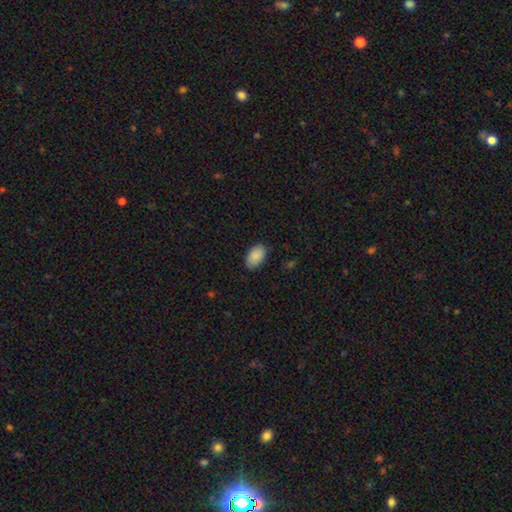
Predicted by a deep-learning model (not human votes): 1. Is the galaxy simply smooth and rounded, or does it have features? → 90% smooth, 6% star or artifact, 4% featured or disk.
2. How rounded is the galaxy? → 93% in between, 5% round, 1% cigar-shaped.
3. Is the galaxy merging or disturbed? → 85% none, 12% minor disturbance, 2% major disturbance, 1% merger.